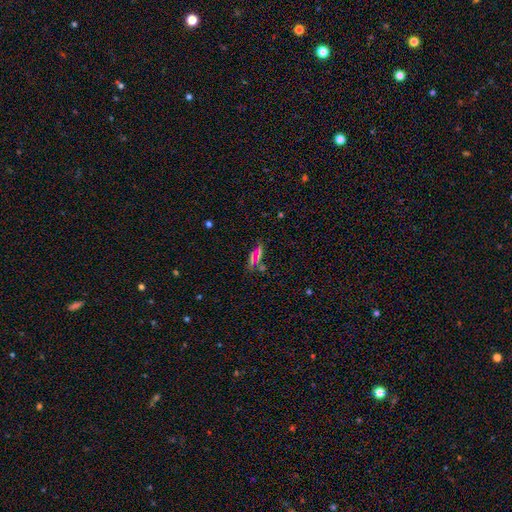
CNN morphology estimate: Smooth or featured? smooth (47%)
Merging? none (62%)